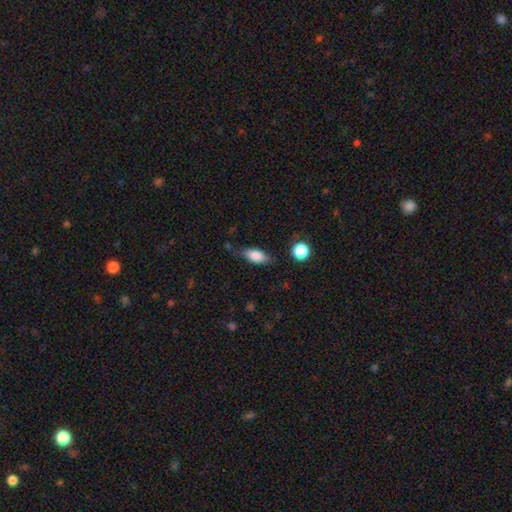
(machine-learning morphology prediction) smooth-or-featured: smooth: 80% | featured or disk: 12% | star or artifact: 8%
  how-rounded: in between: 83% | cigar-shaped: 12% | round: 5%
  merging: none: 72% | minor disturbance: 20% | major disturbance: 5% | merger: 3%